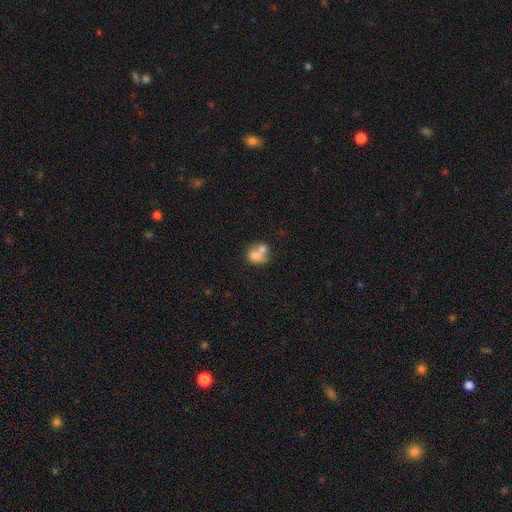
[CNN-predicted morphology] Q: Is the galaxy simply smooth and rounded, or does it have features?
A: smooth — 70%.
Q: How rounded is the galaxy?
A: round — 52%.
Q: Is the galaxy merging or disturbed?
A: merger — 66%.